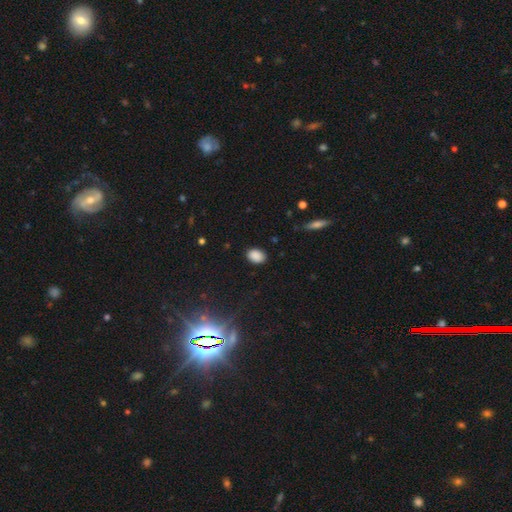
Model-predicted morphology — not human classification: Smooth or featured? Predicted: smooth (p=0.86). How rounded? Predicted: in between (p=0.80). Merging? Predicted: none (p=0.86).